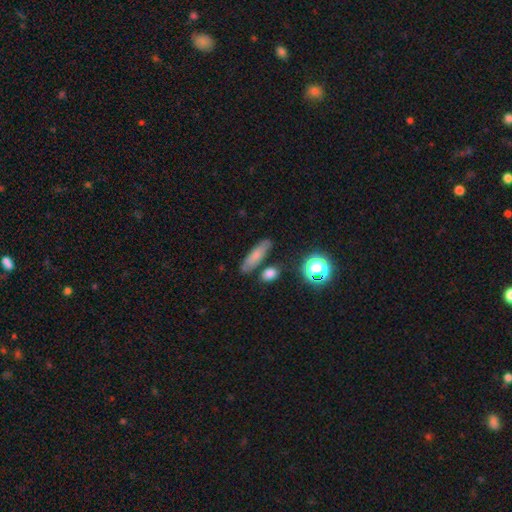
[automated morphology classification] smooth 73%, featured or disk 16%, star or artifact 11%. Down the decision tree: how rounded — cigar-shaped (59%); merging — none (77%).